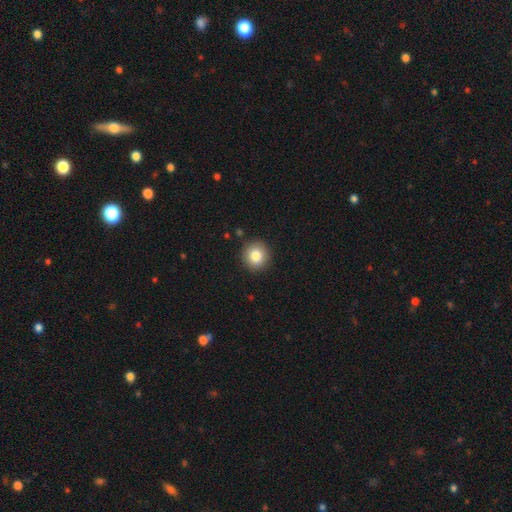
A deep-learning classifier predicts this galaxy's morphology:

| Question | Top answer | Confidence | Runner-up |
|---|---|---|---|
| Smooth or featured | smooth | 83% | star or artifact (10%) |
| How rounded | round | 89% | in between (10%) |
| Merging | none | 90% | minor disturbance (7%) |